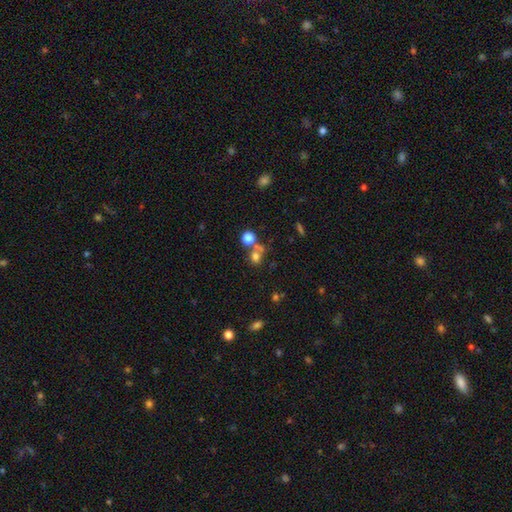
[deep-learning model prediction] Q: Smooth or featured?
A: smooth (68%); runner-up: star or artifact (20%)
Q: How rounded?
A: round (77%); runner-up: in between (22%)
Q: Merging?
A: none (47%); runner-up: merger (38%)